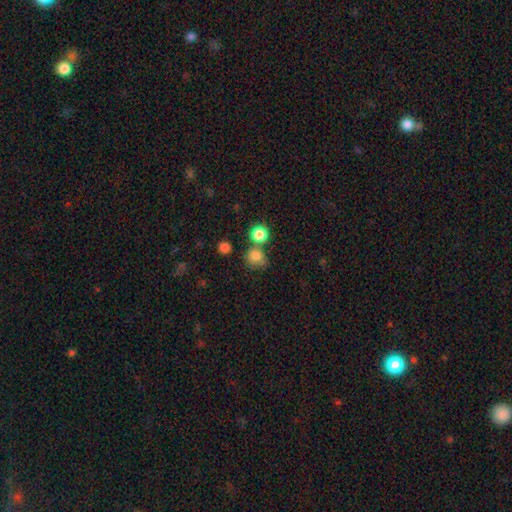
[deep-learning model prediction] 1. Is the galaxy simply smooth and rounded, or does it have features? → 80% smooth, 14% star or artifact, 6% featured or disk.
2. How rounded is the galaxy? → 82% round, 17% in between, 1% cigar-shaped.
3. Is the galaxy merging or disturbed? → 62% none, 19% merger, 13% minor disturbance, 5% major disturbance.